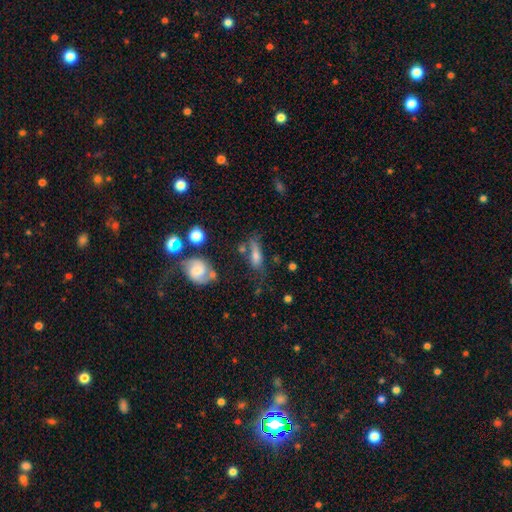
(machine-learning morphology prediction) This appears to be a smooth galaxy with no disk features (60%) that is in between round and cigar-shaped (52%). Merging: none (53%).